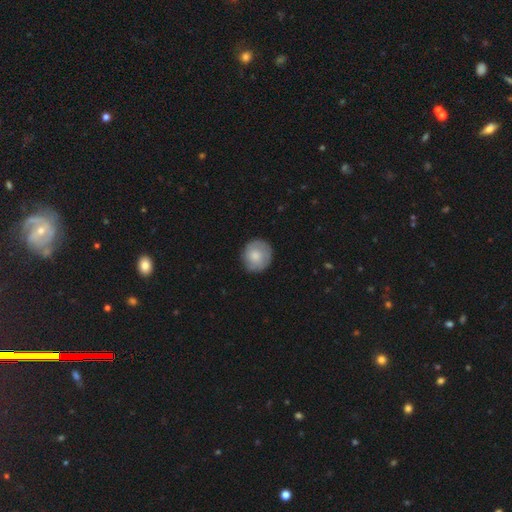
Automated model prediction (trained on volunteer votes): Overall: smooth (72%). How rounded: round (89%). Merging: none (82%).